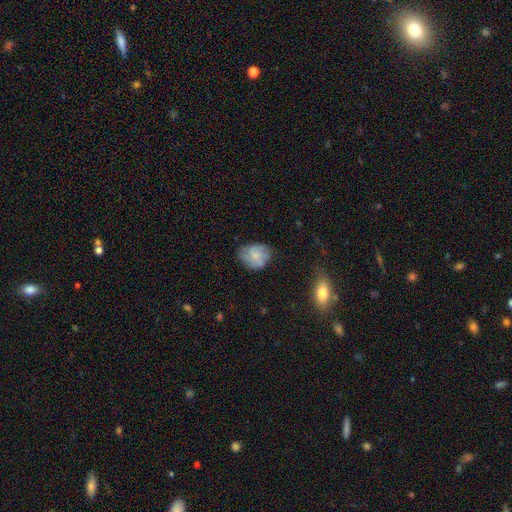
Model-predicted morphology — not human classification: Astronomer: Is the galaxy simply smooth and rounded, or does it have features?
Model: smooth — 60%.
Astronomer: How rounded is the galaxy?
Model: round — 51% (runner-up: in between, 48%).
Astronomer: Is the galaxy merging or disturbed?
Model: none — 63%.